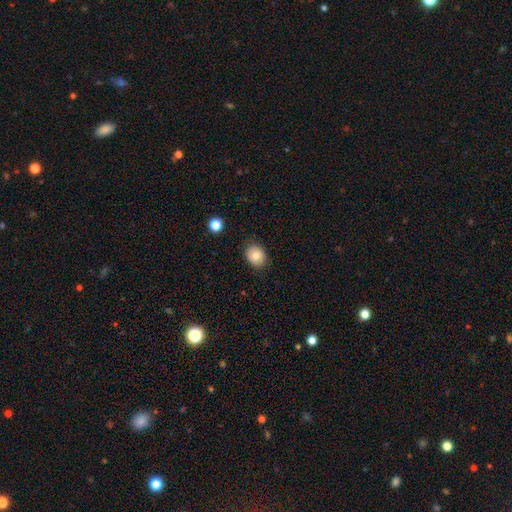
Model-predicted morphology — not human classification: type=smooth (82%); roundness=round (51%); merging=none (86%).